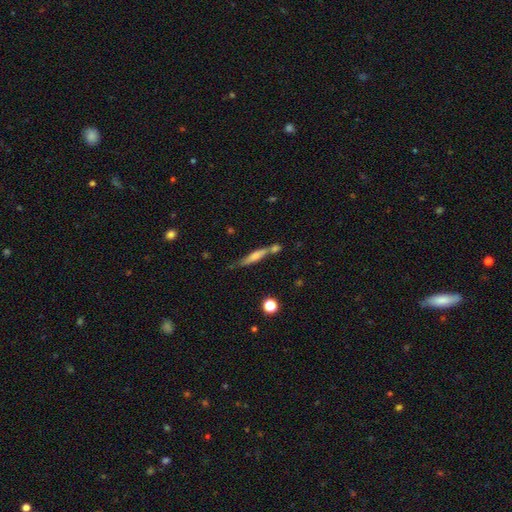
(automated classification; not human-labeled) Smooth or featured?
  - smooth: 50% *
  - featured or disk: 42%
  - star or artifact: 8%
How rounded?
  - cigar-shaped: 87% *
  - in between: 11%
  - round: 2%
Merging?
  - none: 55% *
  - merger: 23%
  - minor disturbance: 16%
  - major disturbance: 5%